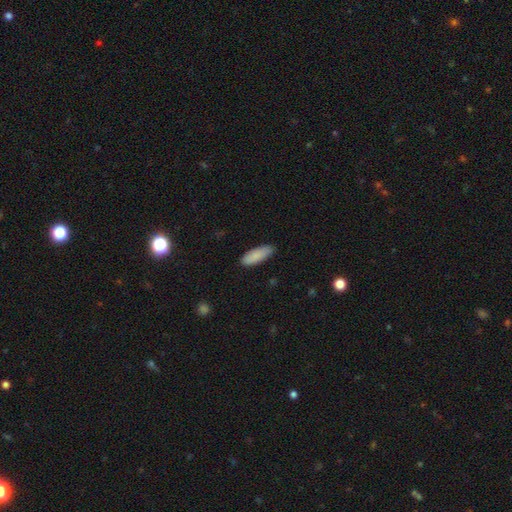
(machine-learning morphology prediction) smooth-or-featured: smooth: 88% | featured or disk: 7% | star or artifact: 6%
  how-rounded: in between: 63% | cigar-shaped: 35% | round: 2%
  merging: none: 81% | minor disturbance: 15% | major disturbance: 2% | merger: 1%